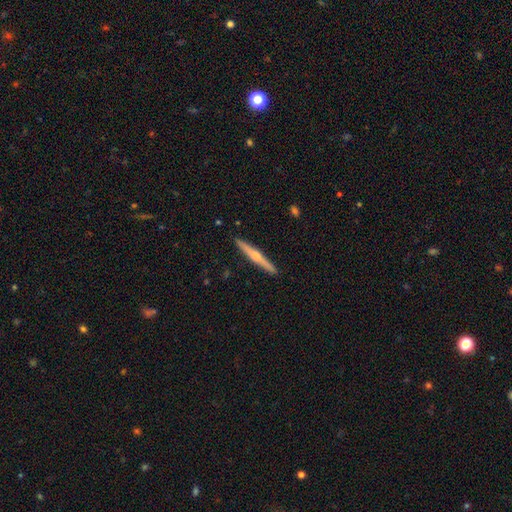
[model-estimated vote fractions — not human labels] Smooth or featured? Predicted: featured or disk (p=0.63). Edge-on disk? Predicted: yes (p=0.98). Edge-on bulge? Predicted: rounded (p=0.82). Merging? Predicted: none (p=0.92).